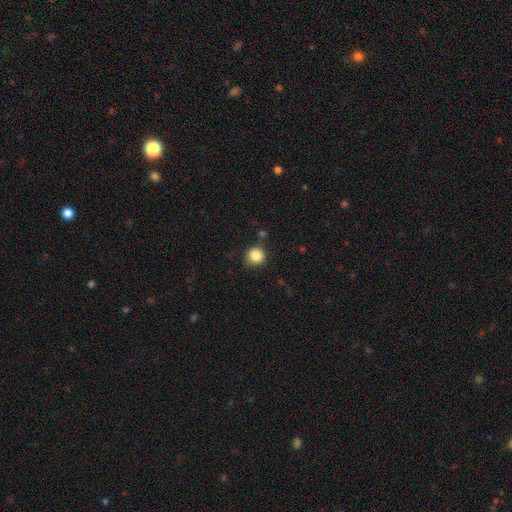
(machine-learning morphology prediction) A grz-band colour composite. It shows a smooth galaxy with no disk features (85%) that is round (93%). Merging: none (84%).